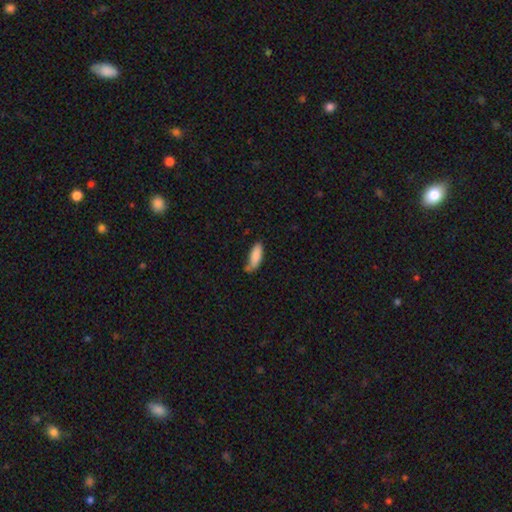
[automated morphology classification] A smooth galaxy with no disk features (86%) that is in between round and cigar-shaped (64%). Merging: none (55%).